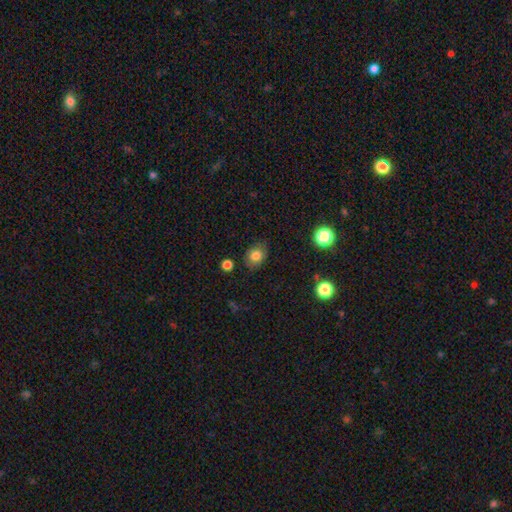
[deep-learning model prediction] smooth_or_featured: smooth (p=0.79) [alt: featured or disk p=0.11]
how_rounded: in between (p=0.59) [alt: round p=0.40]
merging: none (p=0.77) [alt: minor disturbance p=0.17]